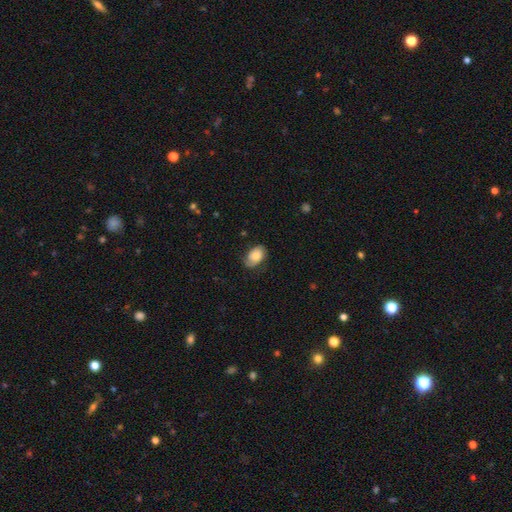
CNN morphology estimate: Overall: smooth (59%; featured or disk 34%). How rounded: in between (87%). Merging: none (66%).